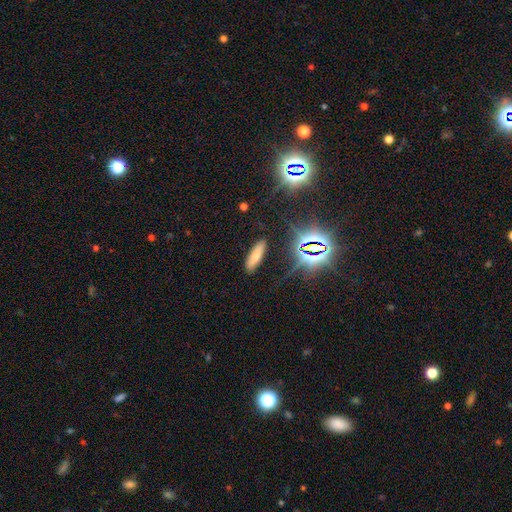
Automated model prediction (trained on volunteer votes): Morphology: type=smooth (66%); roundness=cigar-shaped (59%); merging=none (85%).